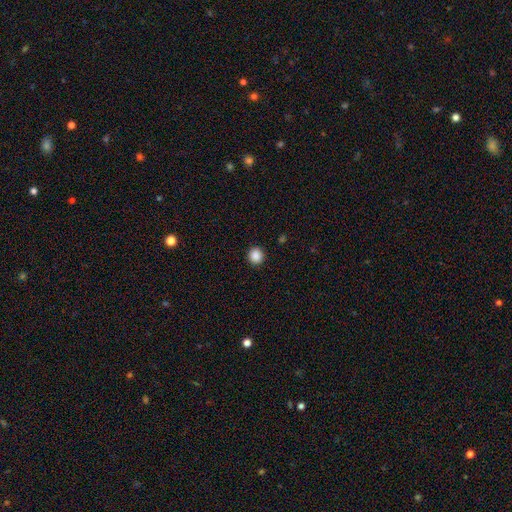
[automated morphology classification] Overall: smooth (88%). How rounded: round (91%). Merging: none (92%).